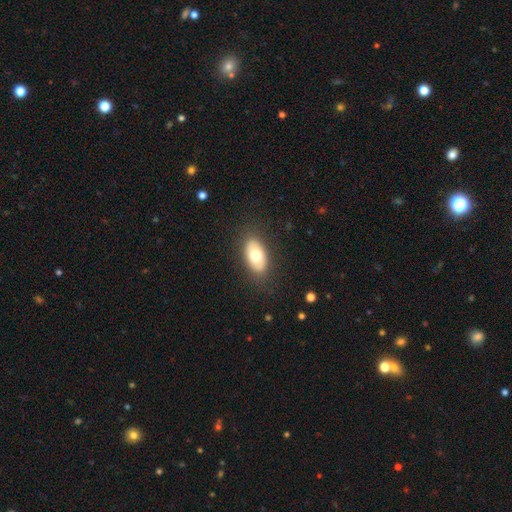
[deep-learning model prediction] This is likely a smooth galaxy (67%). How rounded: clearly in between (92%). Merging: clearly none (85%).